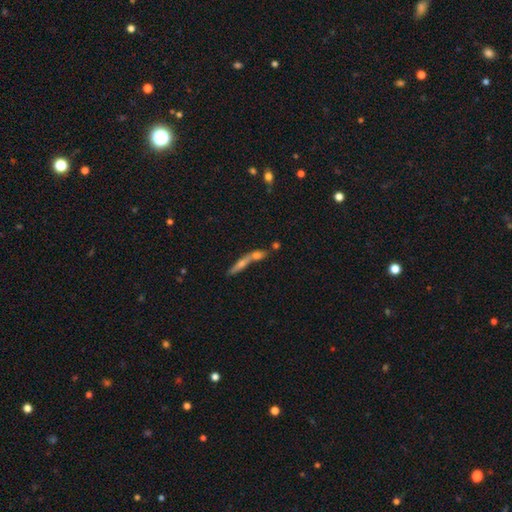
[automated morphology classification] A featured or disk galaxy (44%).

Vote fractions:
- Smooth or featured? featured or disk: 44% / smooth: 40% / star or artifact: 16%
- Merging? merger: 49% / none: 35% / minor disturbance: 9% / major disturbance: 7%